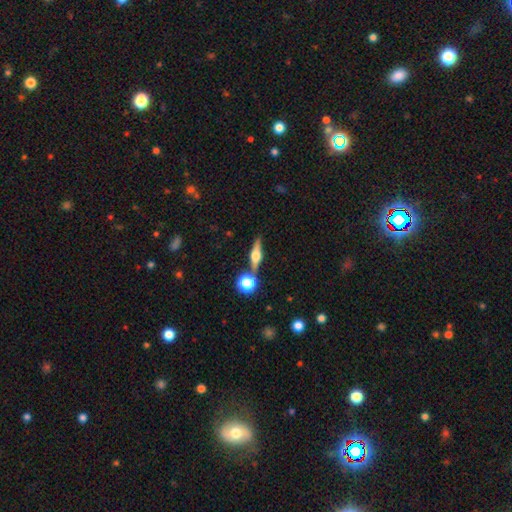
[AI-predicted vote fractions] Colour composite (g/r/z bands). It shows a featured or disk galaxy (71%) viewed edge-on (96%) with a rounded central bulge (93%). Merging: none (80%).